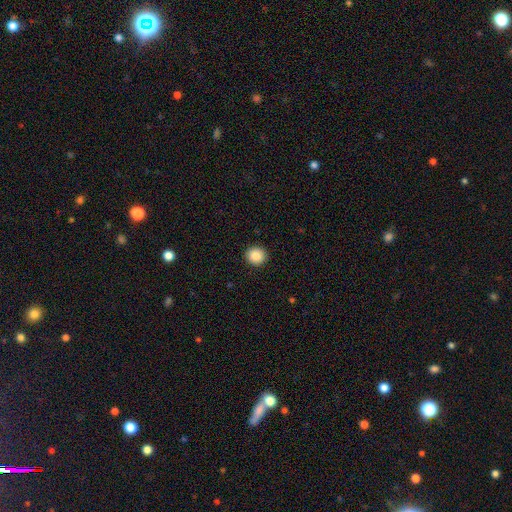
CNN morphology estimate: Smooth or featured: smooth — 88% (star or artifact — 9%)
How rounded: round — 92% (in between — 8%)
Merging: none — 93% (minor disturbance — 5%)